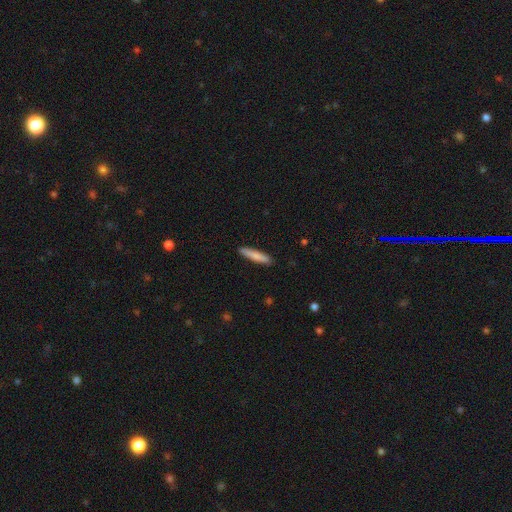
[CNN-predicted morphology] This appears to be a smooth galaxy with no disk features (79%) that is cigar-shaped (90%). Merging: none (89%).